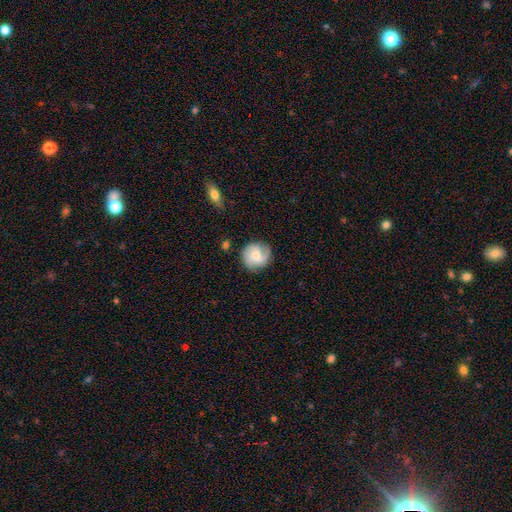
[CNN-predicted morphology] This appears to be a featured or disk galaxy (50%). Merging: none (76%).